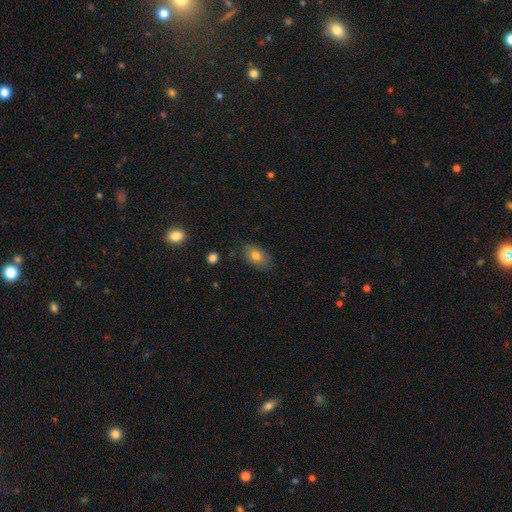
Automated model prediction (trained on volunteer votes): A smooth galaxy with no disk features (78%) that is in between round and cigar-shaped (88%).

Vote fractions:
- Smooth or featured? smooth: 78% / featured or disk: 13% / star or artifact: 8%
- How rounded? in between: 88% / round: 10% / cigar-shaped: 2%
- Merging? none: 79% / minor disturbance: 16% / major disturbance: 3% / merger: 2%